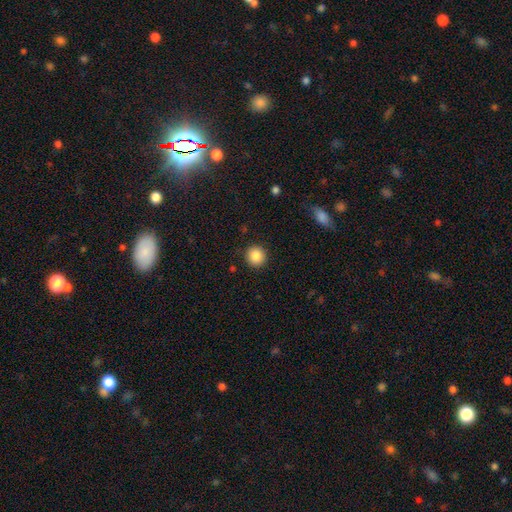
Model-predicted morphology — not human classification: A smooth galaxy with no disk features (87%) that is round (93%).

Vote fractions:
- Smooth or featured? smooth: 87% / star or artifact: 9% / featured or disk: 4%
- How rounded? round: 93% / in between: 6% / cigar-shaped: 1%
- Merging? none: 91% / minor disturbance: 6% / major disturbance: 2% / merger: 1%